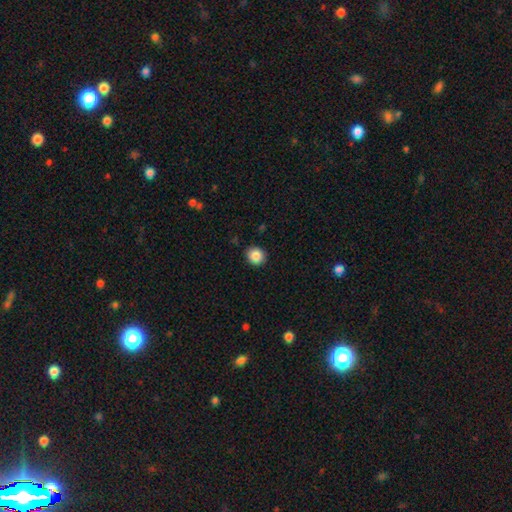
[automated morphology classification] smooth_or_featured: smooth (p=0.87) [alt: star or artifact p=0.09]
how_rounded: round (p=0.86) [alt: in between p=0.13]
merging: none (p=0.89) [alt: minor disturbance p=0.08]